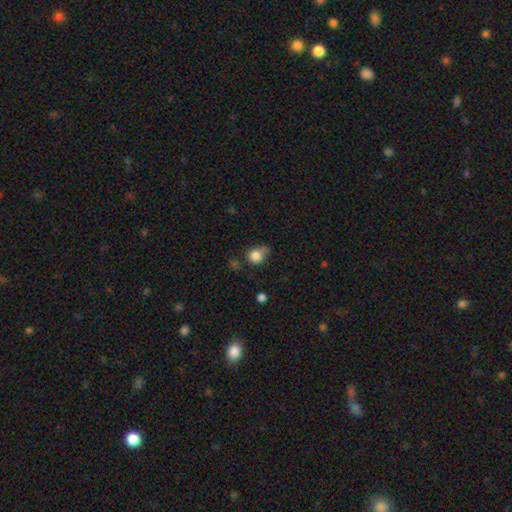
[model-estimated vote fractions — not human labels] Q: Smooth or featured?
A: smooth (82%); runner-up: star or artifact (10%)
Q: How rounded?
A: round (71%); runner-up: in between (28%)
Q: Merging?
A: none (43%); runner-up: minor disturbance (38%)